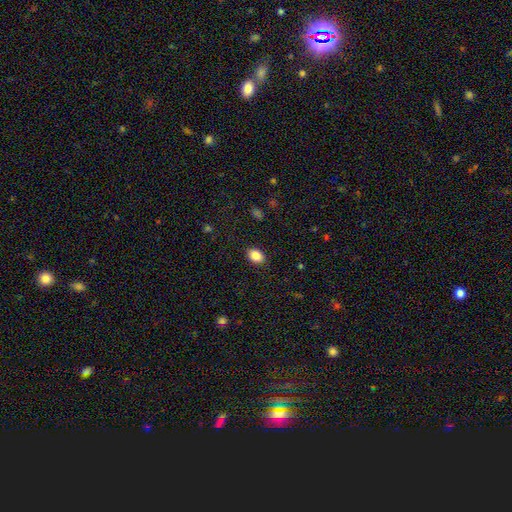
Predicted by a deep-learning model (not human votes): Q: Smooth or featured?
A: smooth (87%); runner-up: star or artifact (9%)
Q: How rounded?
A: in between (74%); runner-up: round (25%)
Q: Merging?
A: none (88%); runner-up: minor disturbance (9%)